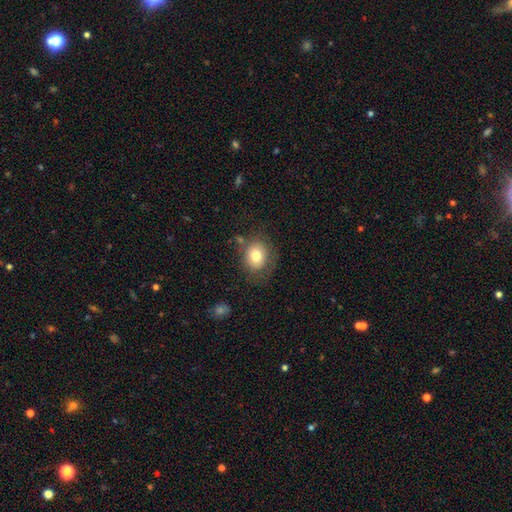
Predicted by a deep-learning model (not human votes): Smooth or featured? smooth (76%)
How rounded? round (63%)
Merging? none (69%)